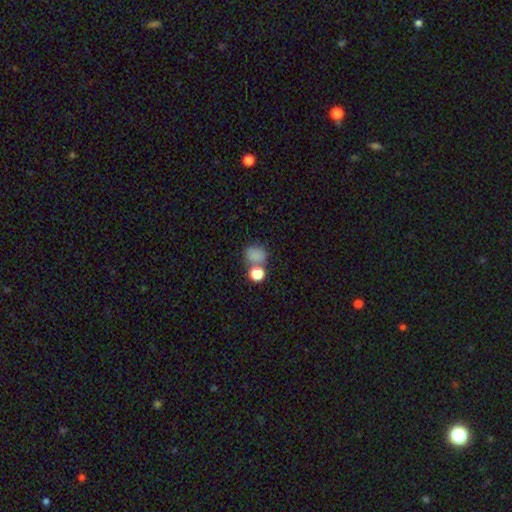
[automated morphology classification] A smooth galaxy with no disk features (78%) that is round (69%).

Vote fractions:
- Smooth or featured? smooth: 78% / star or artifact: 14% / featured or disk: 7%
- How rounded? round: 69% / in between: 30% / cigar-shaped: 1%
- Merging? none: 51% / merger: 29% / minor disturbance: 13% / major disturbance: 7%